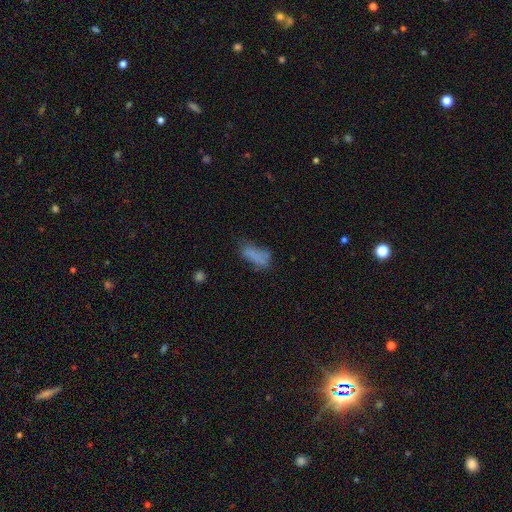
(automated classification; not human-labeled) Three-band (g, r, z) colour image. It shows a smooth galaxy with no disk features (67%) that is in between round and cigar-shaped (74%). Merging: none (44%).